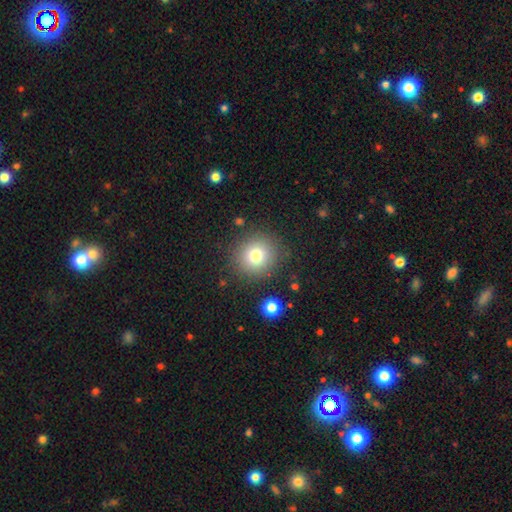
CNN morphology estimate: A smooth galaxy with no disk features (75%) that is round (90%).

Vote fractions:
- Smooth or featured? smooth: 75% / star or artifact: 14% / featured or disk: 11%
- How rounded? round: 90% / in between: 9% / cigar-shaped: 1%
- Merging? none: 86% / minor disturbance: 8% / major disturbance: 4% / merger: 3%